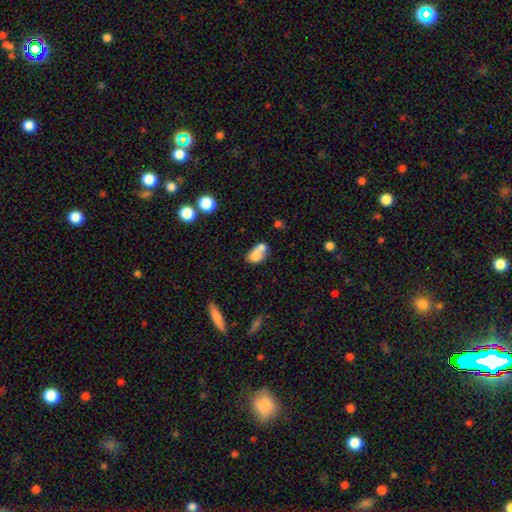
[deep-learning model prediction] smooth_or_featured: smooth (p=0.68) [alt: featured or disk p=0.22]
how_rounded: in between (p=0.64) [alt: round p=0.34]
merging: merger (p=0.63) [alt: none p=0.22]